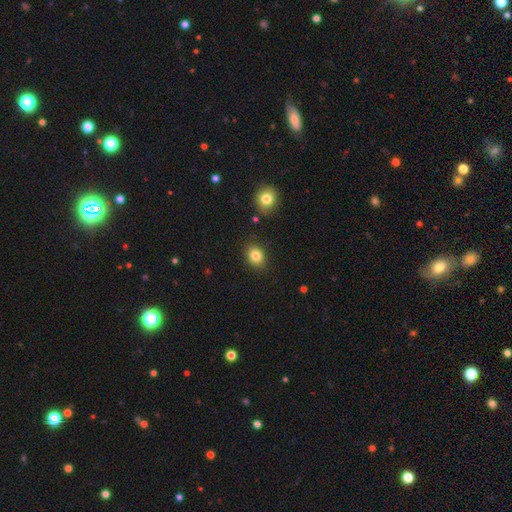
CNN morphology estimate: This appears to be a smooth galaxy with no disk features (83%) that is in between round and cigar-shaped (55%). Merging: none (85%).